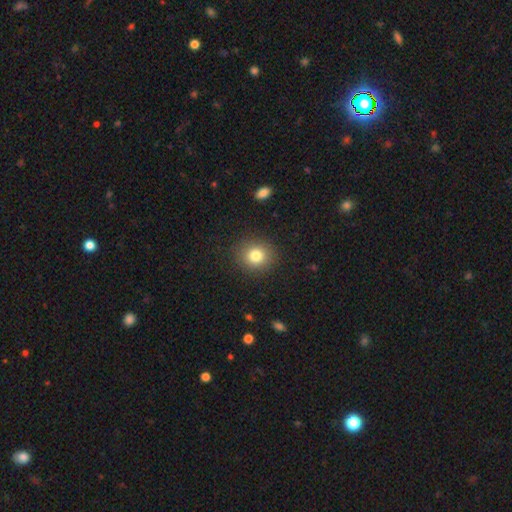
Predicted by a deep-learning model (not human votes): Morphology: type=smooth (81%); roundness=round (81%); merging=none (89%).